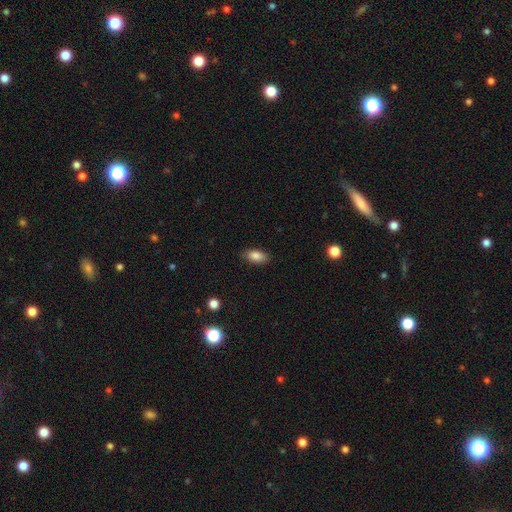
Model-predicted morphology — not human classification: A smooth galaxy with no disk features (85%) that is in between round and cigar-shaped (91%).

Vote fractions:
- Smooth or featured? smooth: 85% / star or artifact: 8% / featured or disk: 7%
- How rounded? in between: 91% / round: 5% / cigar-shaped: 4%
- Merging? none: 85% / minor disturbance: 11% / major disturbance: 2% / merger: 1%